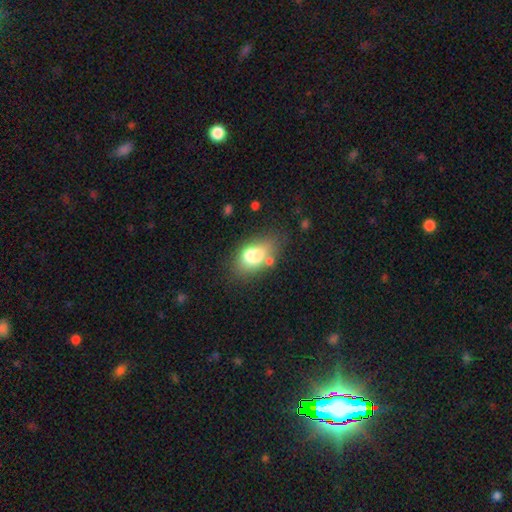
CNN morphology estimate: This is likely a smooth galaxy (65%). How rounded: likely in between (79%). Merging: marginally none (42%).